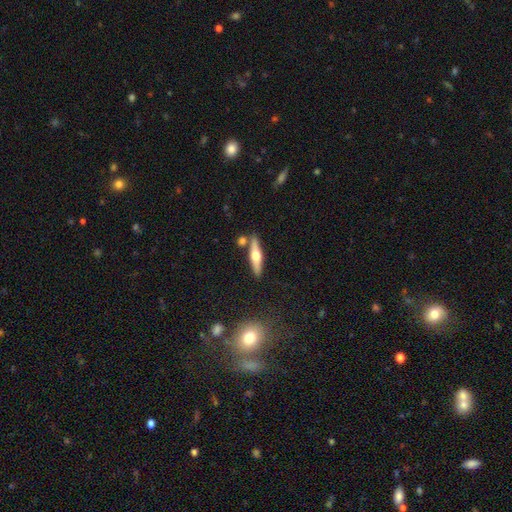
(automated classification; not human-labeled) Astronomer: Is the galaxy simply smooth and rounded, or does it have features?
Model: featured or disk — 59% (runner-up: smooth, 35%).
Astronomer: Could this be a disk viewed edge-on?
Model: yes — 94%.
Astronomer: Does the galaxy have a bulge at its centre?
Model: rounded — 93%.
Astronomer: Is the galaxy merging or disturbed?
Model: none — 80%.